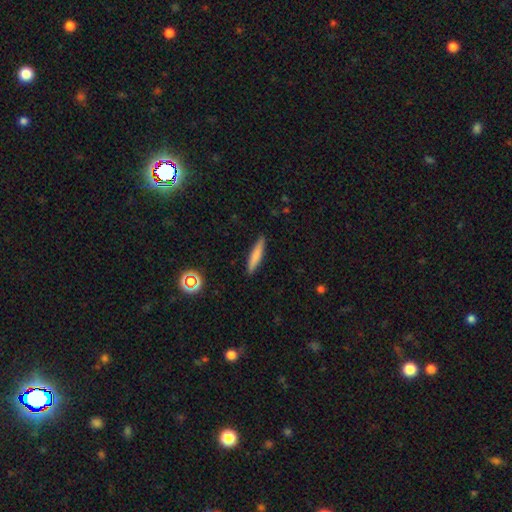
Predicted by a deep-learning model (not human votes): This appears to be a smooth galaxy with no disk features (73%) that is cigar-shaped (89%). Merging: none (89%).